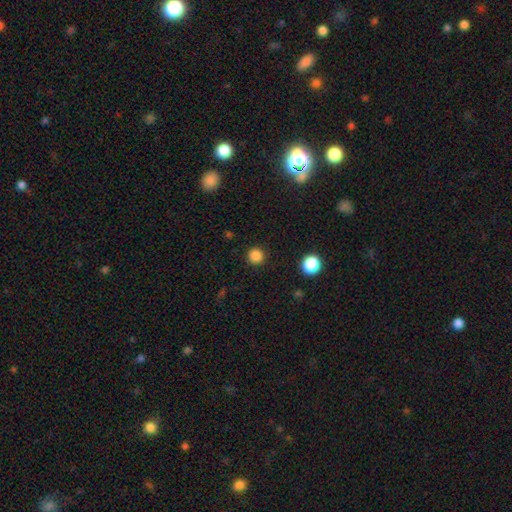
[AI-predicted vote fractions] Smooth or featured: smooth — 85% (star or artifact — 12%)
How rounded: round — 96% (in between — 3%)
Merging: none — 92% (minor disturbance — 5%)